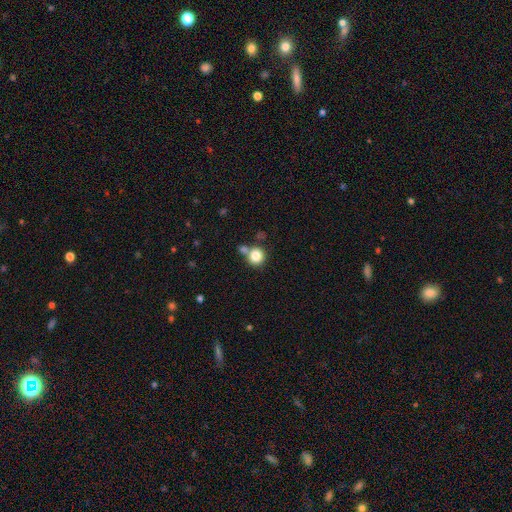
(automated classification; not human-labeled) Smooth or featured: smooth — 83% (star or artifact — 10%)
How rounded: round — 90% (in between — 9%)
Merging: none — 59% (merger — 26%)